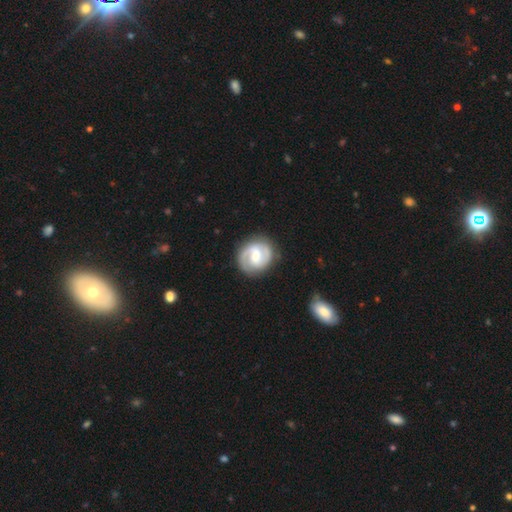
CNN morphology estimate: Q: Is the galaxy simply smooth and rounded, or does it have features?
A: featured or disk — 85%.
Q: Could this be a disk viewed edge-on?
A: no — 98%.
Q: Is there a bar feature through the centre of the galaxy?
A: weak — 53%.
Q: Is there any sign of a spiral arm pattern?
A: yes — 96%.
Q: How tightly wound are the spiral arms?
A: medium — 46%.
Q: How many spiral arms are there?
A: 2 — 89%.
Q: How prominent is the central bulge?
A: moderate — 55%.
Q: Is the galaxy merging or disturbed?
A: none — 85%.